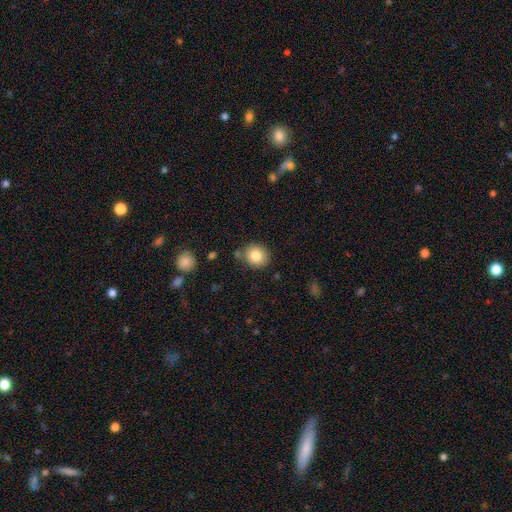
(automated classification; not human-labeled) Smooth or featured: smooth — 83% (star or artifact — 9%)
How rounded: round — 81% (in between — 19%)
Merging: none — 80% (minor disturbance — 11%)